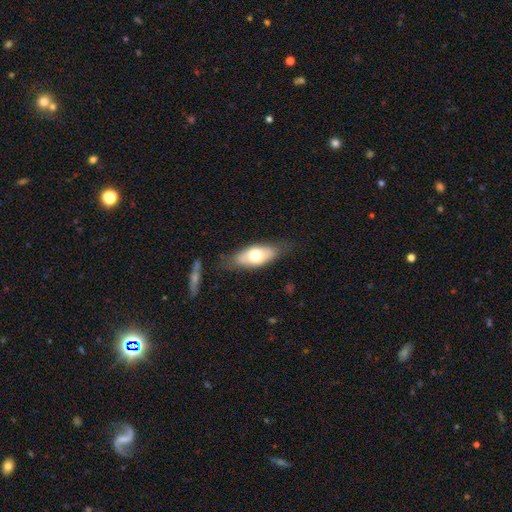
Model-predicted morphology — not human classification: Q: Smooth or featured?
A: smooth (63%); runner-up: featured or disk (31%)
Q: How rounded?
A: in between (79%); runner-up: cigar-shaped (18%)
Q: Merging?
A: none (73%); runner-up: minor disturbance (19%)